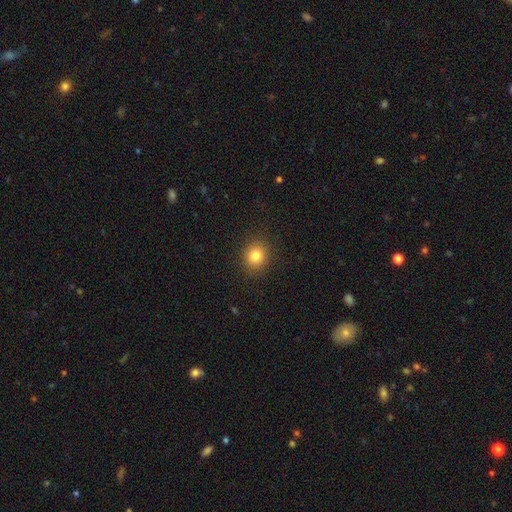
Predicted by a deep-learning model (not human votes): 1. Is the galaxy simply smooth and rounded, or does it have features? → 82% smooth, 11% star or artifact, 7% featured or disk.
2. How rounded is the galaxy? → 77% round, 23% in between, 1% cigar-shaped.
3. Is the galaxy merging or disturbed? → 89% none, 7% minor disturbance, 3% major disturbance, 1% merger.